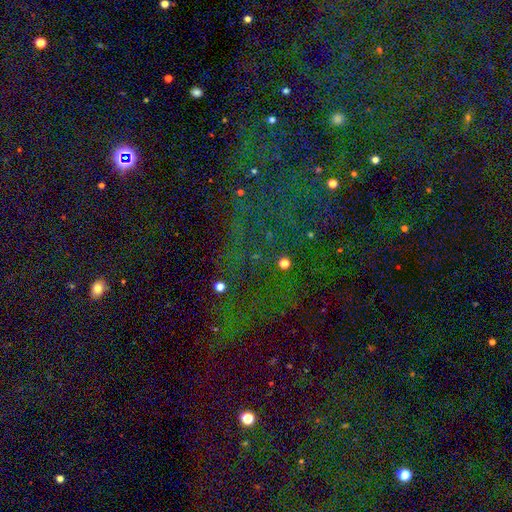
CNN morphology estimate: This is likely a star or artifact rather than a galaxy (77%).